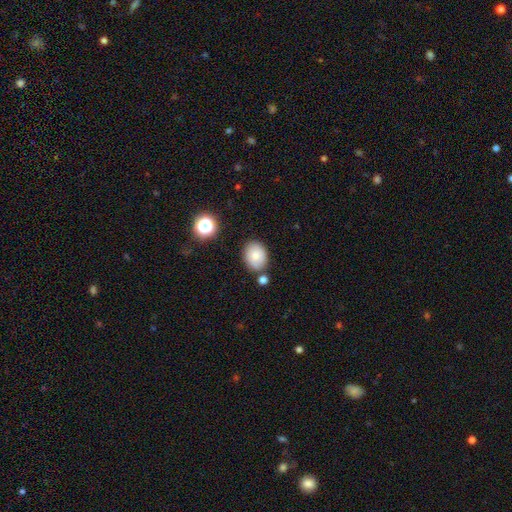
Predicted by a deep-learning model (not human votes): Smooth or featured? smooth (77%)
How rounded? in between (59%)
Merging? none (77%)